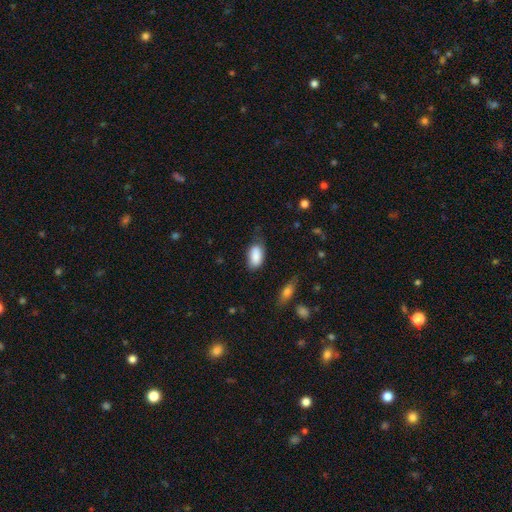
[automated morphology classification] smooth_or_featured: smooth (p=0.87) [alt: star or artifact p=0.07]
how_rounded: in between (p=0.93) [alt: round p=0.04]
merging: none (p=0.64) [alt: minor disturbance p=0.27]